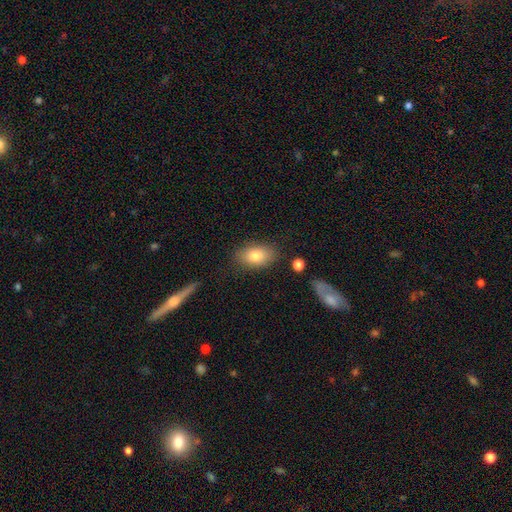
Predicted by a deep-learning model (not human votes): smooth_or_featured: smooth (p=0.80) [alt: featured or disk p=0.12]
how_rounded: in between (p=0.88) [alt: round p=0.10]
merging: none (p=0.82) [alt: minor disturbance p=0.12]